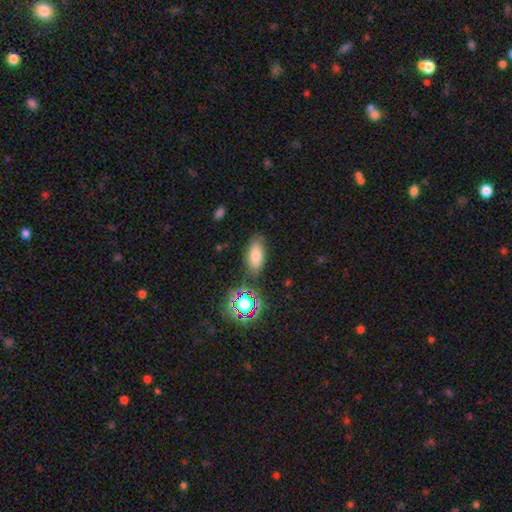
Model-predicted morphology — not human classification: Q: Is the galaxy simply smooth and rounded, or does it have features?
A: smooth — 71%.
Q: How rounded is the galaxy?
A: in between — 83%.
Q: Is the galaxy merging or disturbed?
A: none — 79%.